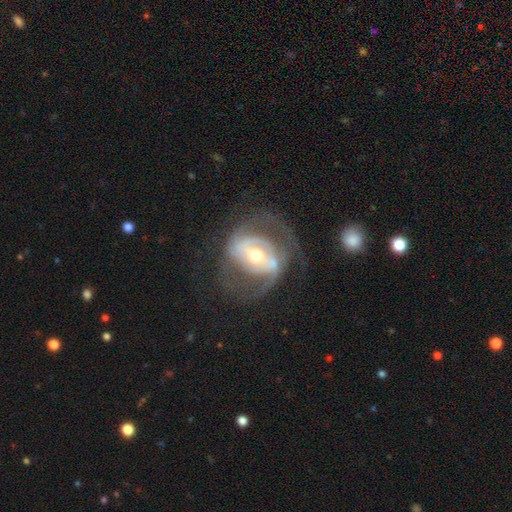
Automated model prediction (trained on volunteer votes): Q: Smooth or featured?
A: featured or disk (83%); runner-up: smooth (11%)
Q: Edge-on disk?
A: no (97%); runner-up: yes (3%)
Q: Bar?
A: weak (38%); runner-up: strong (31%)
Q: Spiral arms?
A: yes (84%); runner-up: no (16%)
Q: Spiral winding?
A: medium (45%); runner-up: tight (33%)
Q: Spiral arm count?
A: 2 (70%); runner-up: can't tell (15%)
Q: Bulge size?
A: moderate (63%); runner-up: small (28%)
Q: Merging?
A: none (51%); runner-up: major disturbance (25%)